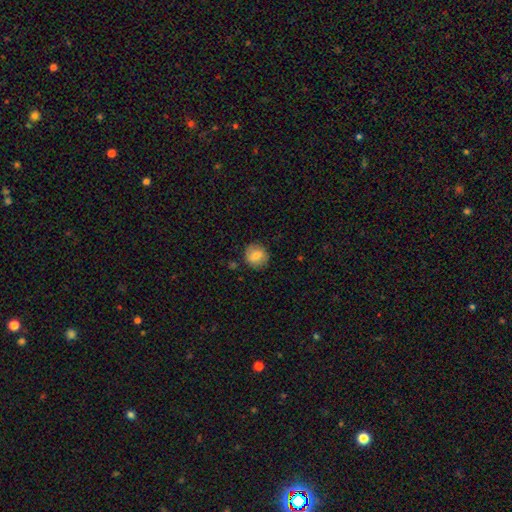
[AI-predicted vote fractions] A smooth galaxy with no disk features (77%) that is round (80%).

Vote fractions:
- Smooth or featured? smooth: 77% / featured or disk: 14% / star or artifact: 8%
- How rounded? round: 80% / in between: 19% / cigar-shaped: 1%
- Merging? none: 82% / minor disturbance: 13% / major disturbance: 4% / merger: 2%